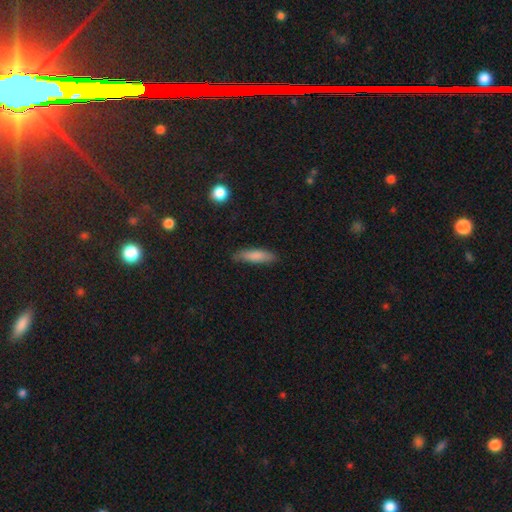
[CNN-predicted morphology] smooth_or_featured: smooth (p=0.82) [alt: featured or disk p=0.12]
how_rounded: cigar-shaped (p=0.67) [alt: in between p=0.32]
merging: none (p=0.81) [alt: minor disturbance p=0.15]